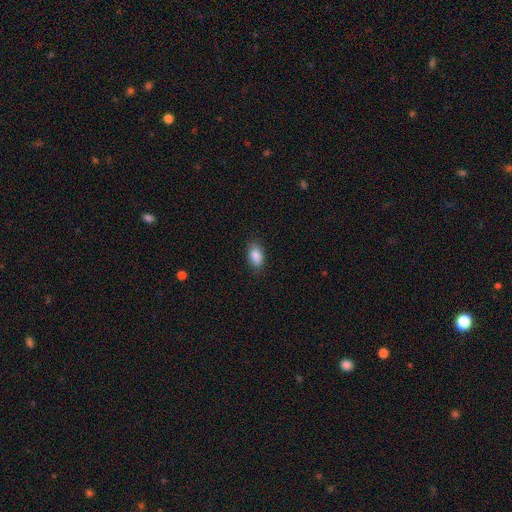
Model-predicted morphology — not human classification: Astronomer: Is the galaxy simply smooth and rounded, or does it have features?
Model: smooth — 88%.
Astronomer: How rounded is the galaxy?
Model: in between — 90%.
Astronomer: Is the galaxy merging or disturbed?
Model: none — 84%.